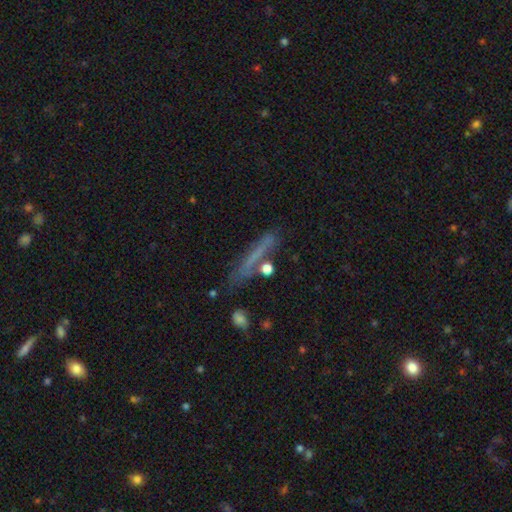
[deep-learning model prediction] Overall: smooth (50%; featured or disk 36%). How rounded: cigar-shaped (90%). Merging: none (73%).